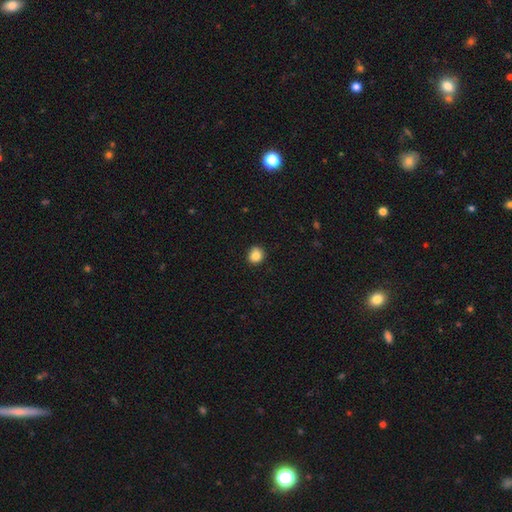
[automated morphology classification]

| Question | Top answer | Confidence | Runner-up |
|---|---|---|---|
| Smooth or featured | smooth | 85% | star or artifact (11%) |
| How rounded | round | 86% | in between (13%) |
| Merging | none | 85% | minor disturbance (11%) |